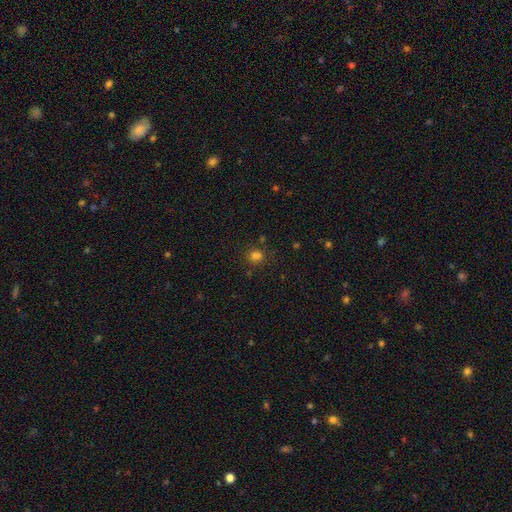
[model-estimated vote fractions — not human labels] This is likely a smooth galaxy (75%). How rounded: clearly round (81%). Merging: likely none (76%).